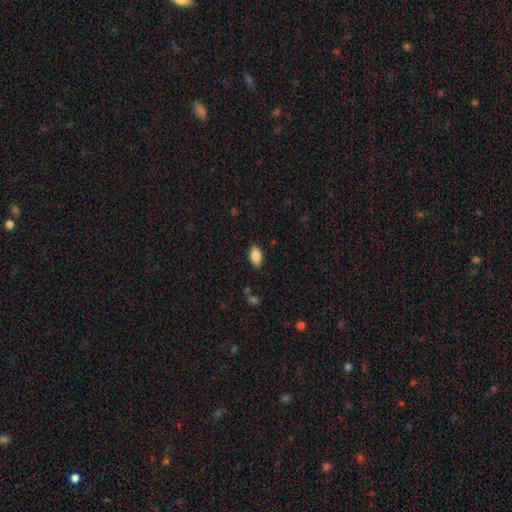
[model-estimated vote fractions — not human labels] Morphology: type=smooth (87%); roundness=in between (92%); merging=none (87%).